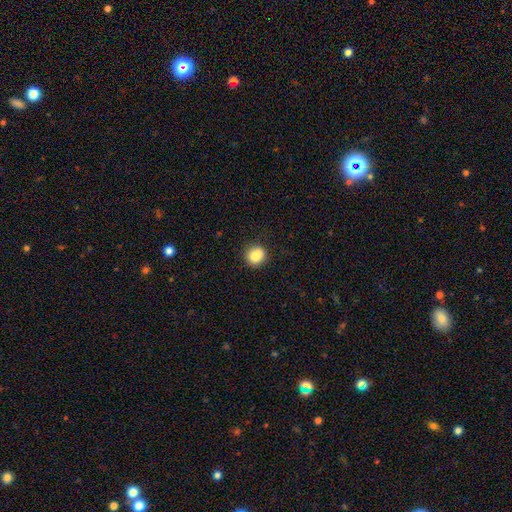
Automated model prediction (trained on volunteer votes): This appears to be a smooth galaxy with no disk features (84%) that is round (81%). Merging: none (78%).